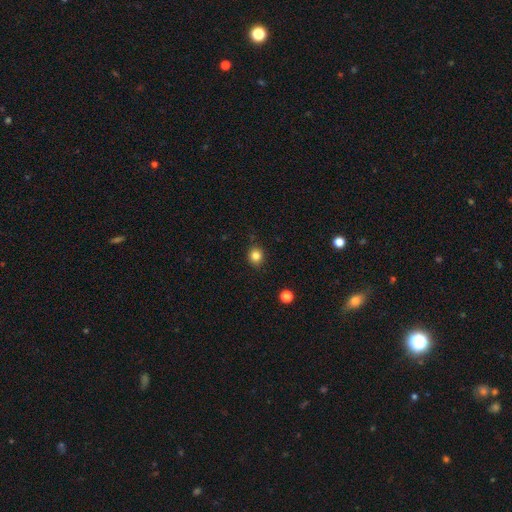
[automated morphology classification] Q: Smooth or featured?
A: smooth (83%); runner-up: star or artifact (12%)
Q: How rounded?
A: round (80%); runner-up: in between (19%)
Q: Merging?
A: none (88%); runner-up: minor disturbance (9%)